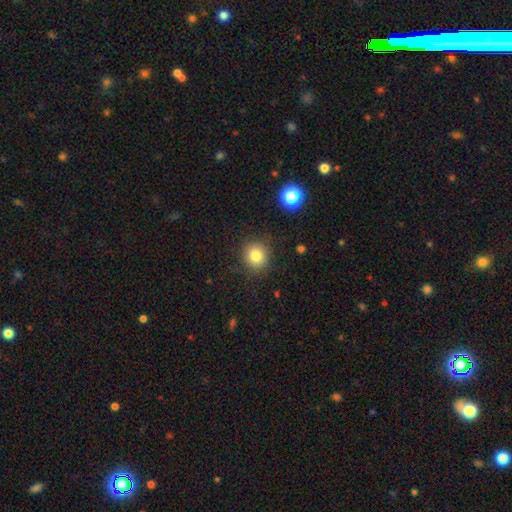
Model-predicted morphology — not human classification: A smooth galaxy with no disk features (81%) that is round (89%).

Vote fractions:
- Smooth or featured? smooth: 81% / star or artifact: 12% / featured or disk: 7%
- How rounded? round: 89% / in between: 11% / cigar-shaped: 1%
- Merging? none: 87% / minor disturbance: 9% / major disturbance: 3% / merger: 1%